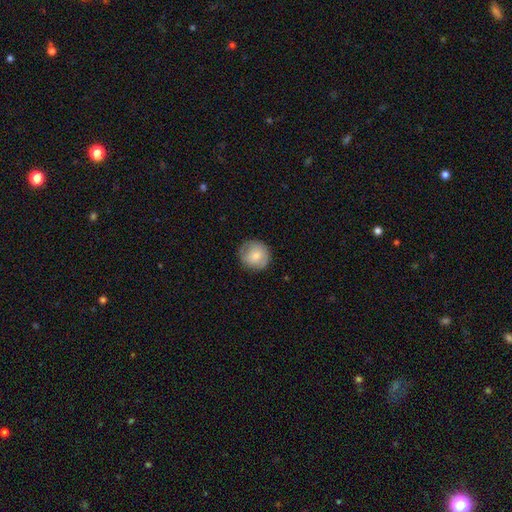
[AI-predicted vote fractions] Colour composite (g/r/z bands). It shows a smooth galaxy with no disk features (71%) that is round (89%). Merging: none (79%).